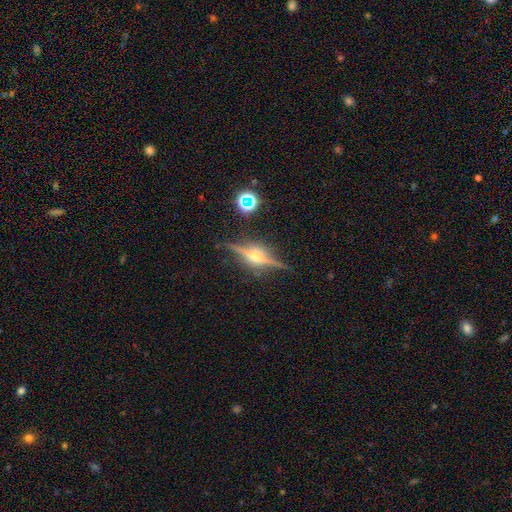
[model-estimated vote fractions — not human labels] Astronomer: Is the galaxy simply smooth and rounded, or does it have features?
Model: featured or disk — 85%.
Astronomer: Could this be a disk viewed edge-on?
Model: yes — 97%.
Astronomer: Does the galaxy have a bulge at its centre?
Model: rounded — 93%.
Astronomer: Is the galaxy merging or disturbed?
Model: none — 87%.